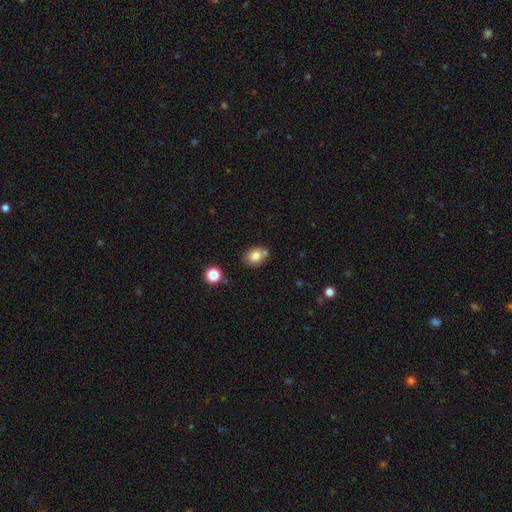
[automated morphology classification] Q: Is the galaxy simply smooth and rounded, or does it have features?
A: smooth — 80%.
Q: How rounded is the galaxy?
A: round — 50%.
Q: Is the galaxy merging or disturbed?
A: none — 67%.